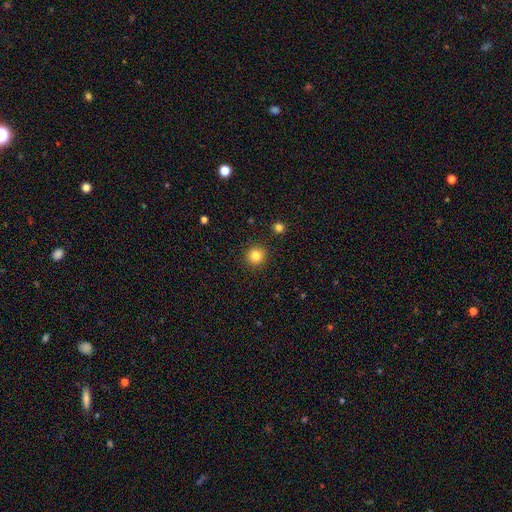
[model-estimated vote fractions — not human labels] Smooth or featured? smooth (83%)
How rounded? round (94%)
Merging? none (92%)